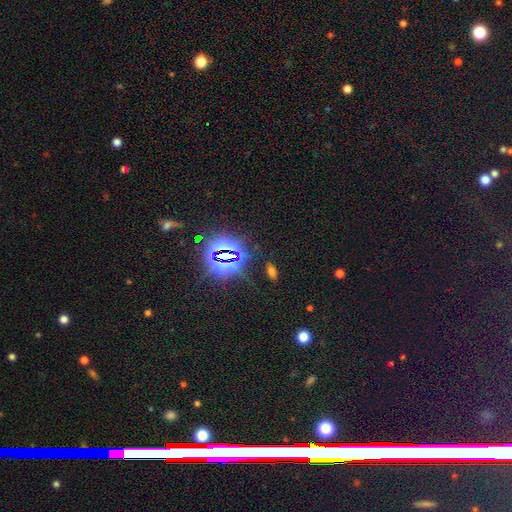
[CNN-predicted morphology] smooth_or_featured: star or artifact (p=0.75) [alt: smooth p=0.14]